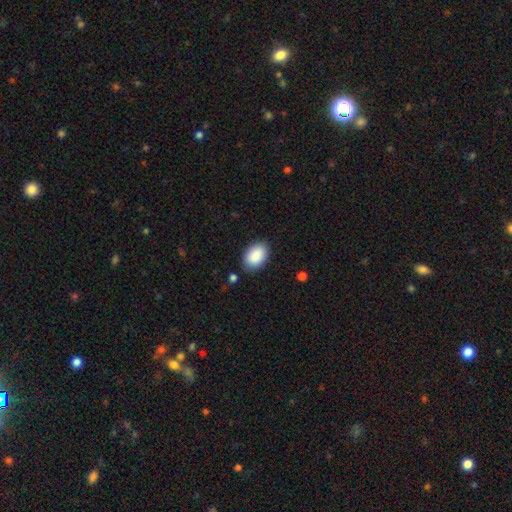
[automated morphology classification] A smooth galaxy with no disk features (89%) that is in between round and cigar-shaped (90%). Merging: none (85%).